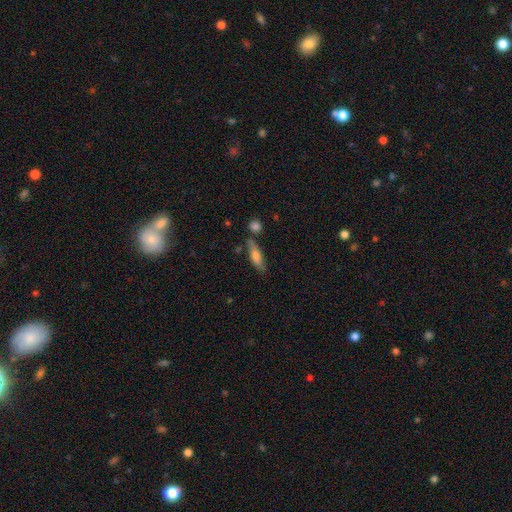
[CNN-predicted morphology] A smooth galaxy with no disk features (66%) that is cigar-shaped (54%). Merging: none (69%).